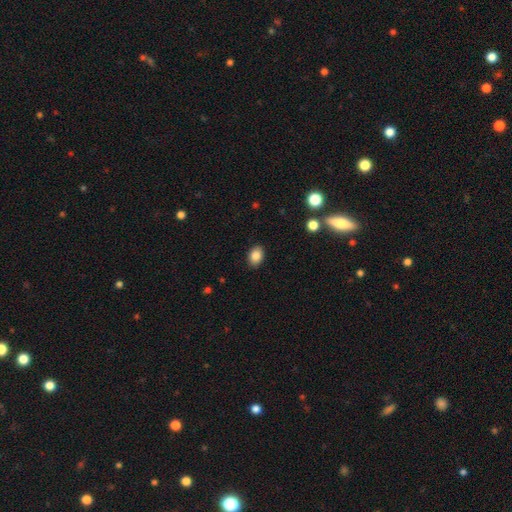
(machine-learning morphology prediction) Q: Smooth or featured?
A: smooth (85%); runner-up: star or artifact (9%)
Q: How rounded?
A: in between (80%); runner-up: round (19%)
Q: Merging?
A: none (87%); runner-up: minor disturbance (9%)